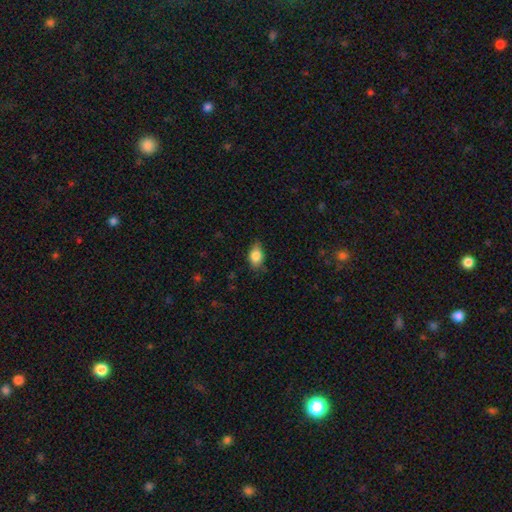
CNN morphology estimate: This appears to be a smooth galaxy with no disk features (84%) that is in between round and cigar-shaped (83%). Merging: none (70%).